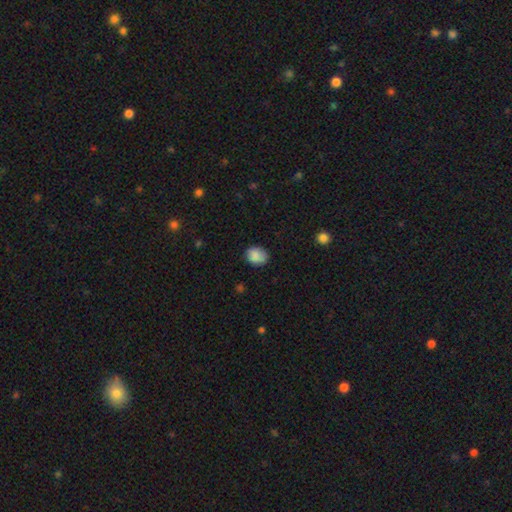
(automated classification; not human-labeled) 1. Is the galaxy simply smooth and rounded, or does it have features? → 87% smooth, 8% star or artifact, 5% featured or disk.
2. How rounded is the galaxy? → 50% in between, 49% round, 1% cigar-shaped.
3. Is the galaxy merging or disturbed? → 79% none, 17% minor disturbance, 3% major disturbance, 1% merger.